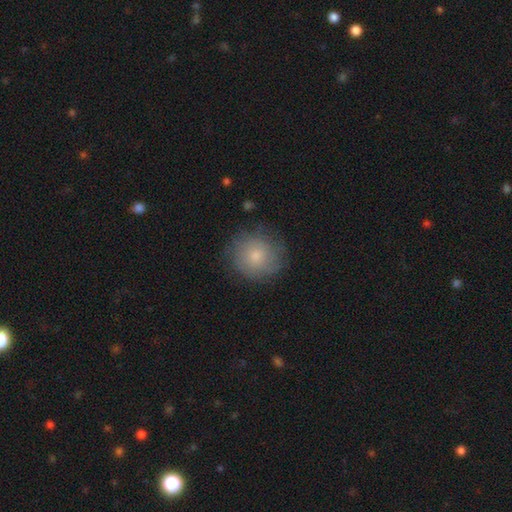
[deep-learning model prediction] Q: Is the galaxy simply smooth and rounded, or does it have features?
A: smooth — 75%.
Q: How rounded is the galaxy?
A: round — 91%.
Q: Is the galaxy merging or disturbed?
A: none — 81%.